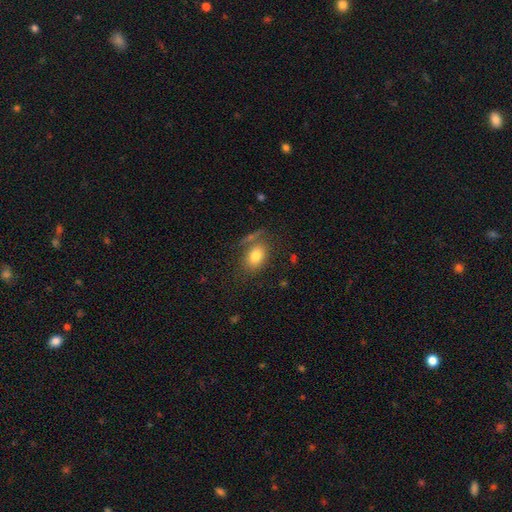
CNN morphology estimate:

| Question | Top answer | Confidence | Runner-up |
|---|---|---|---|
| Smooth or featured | smooth | 77% | featured or disk (13%) |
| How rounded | in between | 76% | round (22%) |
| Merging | none | 65% | minor disturbance (17%) |